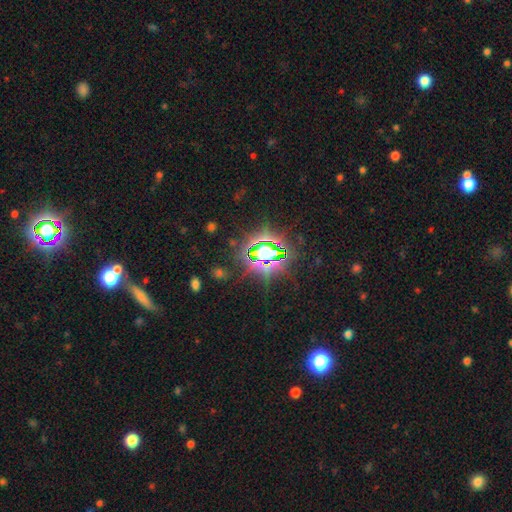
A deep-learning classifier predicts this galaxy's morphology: This appears to be a star or artifact, not a galaxy (78%).